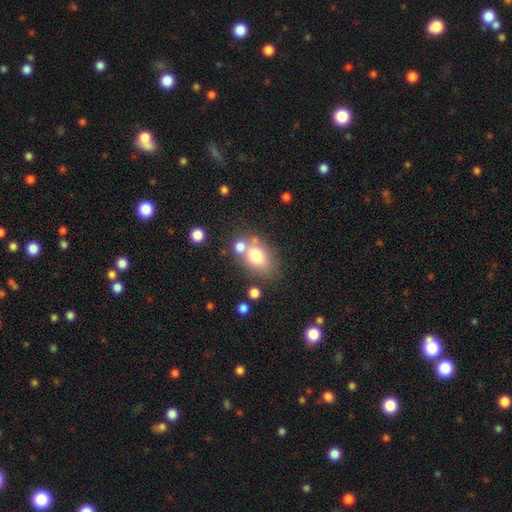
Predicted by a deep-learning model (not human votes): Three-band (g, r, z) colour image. It shows a smooth galaxy with no disk features (73%) that is in between round and cigar-shaped (67%). Merging: none (53%).